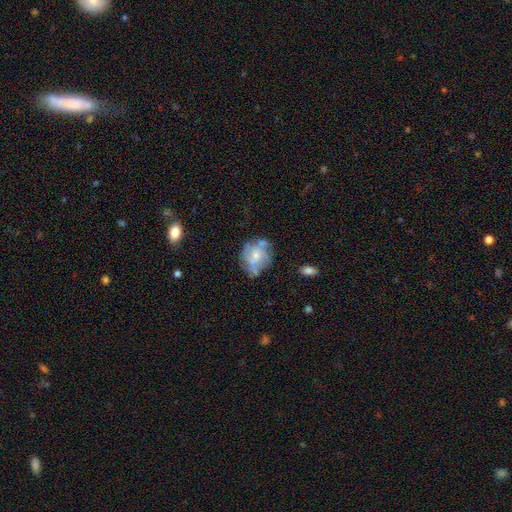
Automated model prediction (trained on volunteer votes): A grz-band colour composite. It shows a featured or disk galaxy (55%) with no bar (80%), no spiral arms (60%) and a small central bulge (49%). Merging: none (47%).